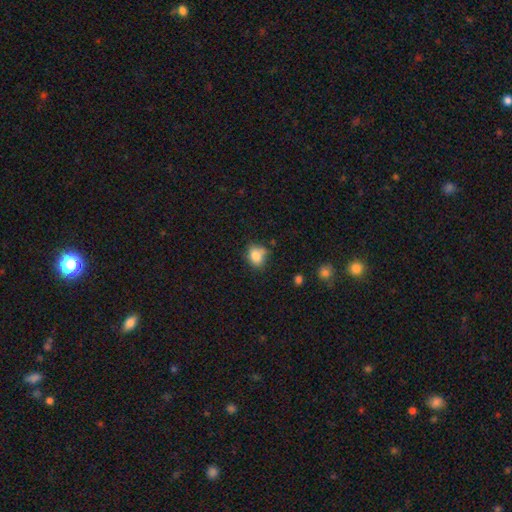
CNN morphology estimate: Smooth or featured?
  - smooth: 81% *
  - star or artifact: 10%
  - featured or disk: 8%
How rounded?
  - round: 51% *
  - in between: 48%
  - cigar-shaped: 1%
Merging?
  - none: 63% *
  - minor disturbance: 25%
  - merger: 6%
  - major disturbance: 6%